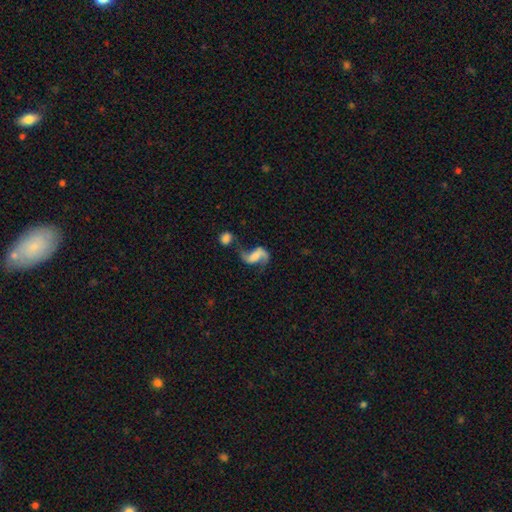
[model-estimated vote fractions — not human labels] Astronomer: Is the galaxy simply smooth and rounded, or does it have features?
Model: featured or disk — 79%.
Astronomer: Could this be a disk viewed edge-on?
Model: no — 97%.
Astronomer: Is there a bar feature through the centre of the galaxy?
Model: no — 38%, tied with weak at 38%.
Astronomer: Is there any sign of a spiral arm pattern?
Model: yes — 92%.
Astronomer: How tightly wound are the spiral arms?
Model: loose — 73%.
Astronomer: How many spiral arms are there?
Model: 2 — 88%.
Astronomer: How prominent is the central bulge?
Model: none — 30% (runner-up: small, 28%).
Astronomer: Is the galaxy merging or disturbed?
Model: none — 42% (runner-up: merger, 21%).